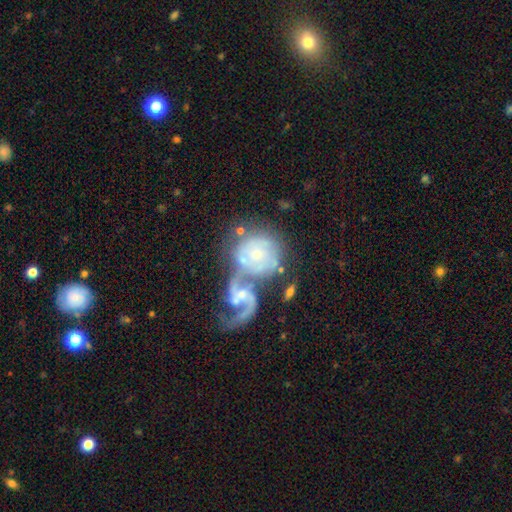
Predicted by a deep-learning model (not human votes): A featured or disk galaxy (73%) with no bar (67%), 2 (58%) medium (40%) spiral arms (82%) and a small central bulge (55%). Merging: merger (62%).